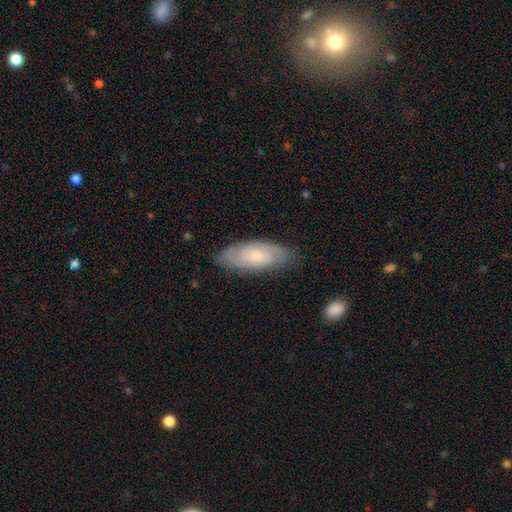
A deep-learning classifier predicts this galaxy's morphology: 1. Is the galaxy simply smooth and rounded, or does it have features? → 66% featured or disk, 28% smooth, 6% star or artifact.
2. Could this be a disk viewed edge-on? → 90% no, 10% yes.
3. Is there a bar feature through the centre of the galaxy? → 72% no, 24% weak, 4% strong.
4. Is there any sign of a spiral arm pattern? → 88% yes, 12% no.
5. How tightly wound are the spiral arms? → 63% tight, 29% medium, 8% loose.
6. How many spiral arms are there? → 45% 2, 38% can't tell, 8% 3, 3% 4, 3% 1, 2% more than 4.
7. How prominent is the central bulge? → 63% small, 32% moderate, 2% none, 2% large, 1% dominant.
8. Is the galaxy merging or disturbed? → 79% none, 16% minor disturbance, 3% major disturbance, 1% merger.